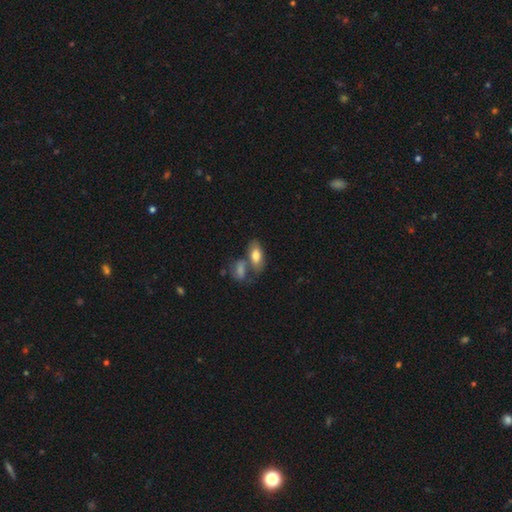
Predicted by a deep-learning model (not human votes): smooth-or-featured: smooth: 75% | featured or disk: 18% | star or artifact: 7%
  how-rounded: in between: 89% | cigar-shaped: 6% | round: 5%
  merging: none: 44% | merger: 37% | minor disturbance: 13% | major disturbance: 6%